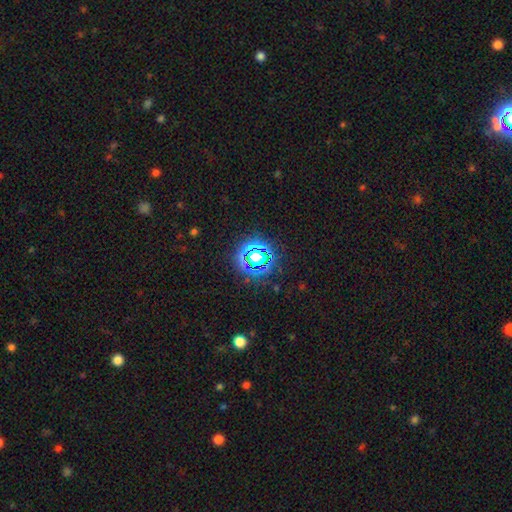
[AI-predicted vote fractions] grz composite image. It shows a star or artifact, not a galaxy (63%).